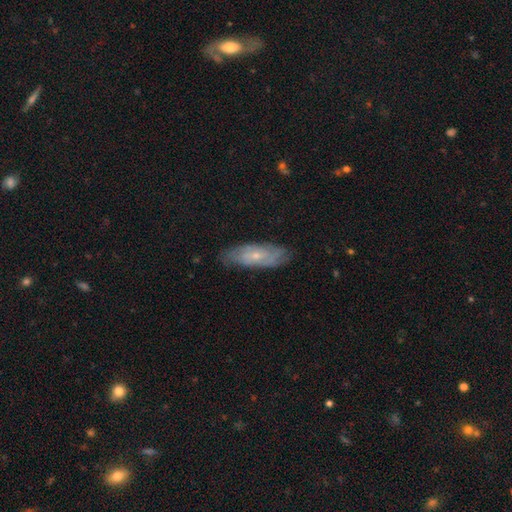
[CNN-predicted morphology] A featured or disk galaxy (61%). Merging: none (78%).